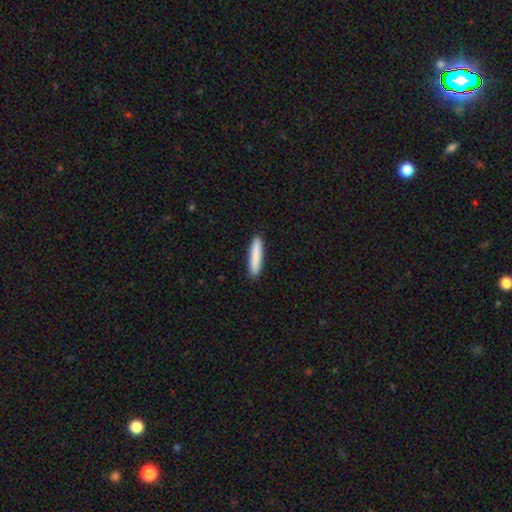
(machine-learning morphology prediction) Smooth or featured: smooth — 86% (featured or disk — 9%)
How rounded: cigar-shaped — 90% (in between — 9%)
Merging: none — 92% (minor disturbance — 6%)